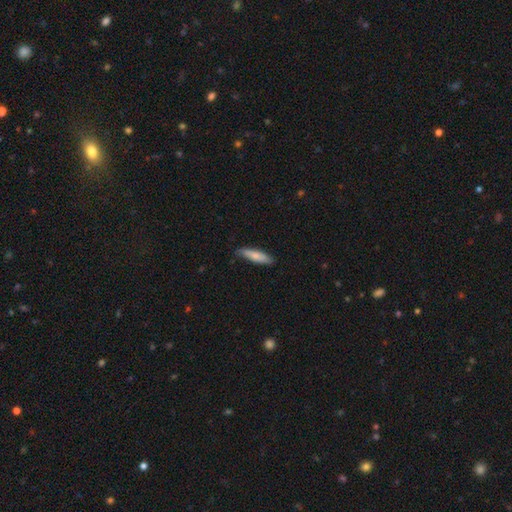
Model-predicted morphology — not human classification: Smooth or featured: smooth — 76% (featured or disk — 19%)
How rounded: cigar-shaped — 73% (in between — 25%)
Merging: none — 78% (minor disturbance — 19%)